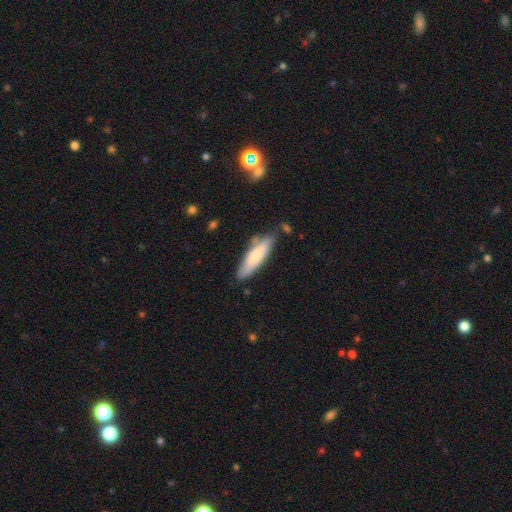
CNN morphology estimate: Q: Smooth or featured?
A: smooth (73%); runner-up: featured or disk (21%)
Q: How rounded?
A: cigar-shaped (65%); runner-up: in between (33%)
Q: Merging?
A: none (75%); runner-up: minor disturbance (17%)